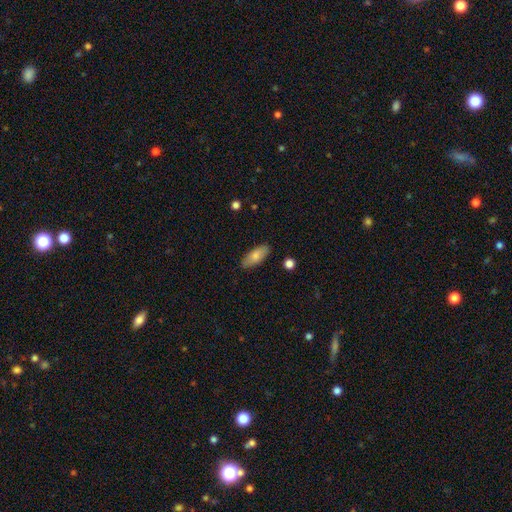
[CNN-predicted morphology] Smooth or featured? smooth (80%)
How rounded? in between (81%)
Merging? none (86%)